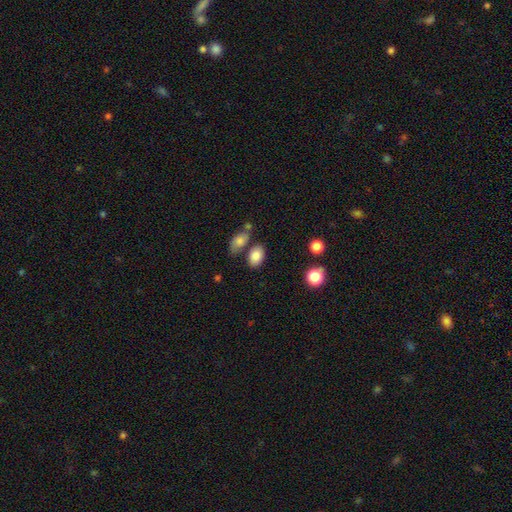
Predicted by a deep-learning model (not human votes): A smooth galaxy with no disk features (83%) that is in between round and cigar-shaped (85%). Merging: none (67%).